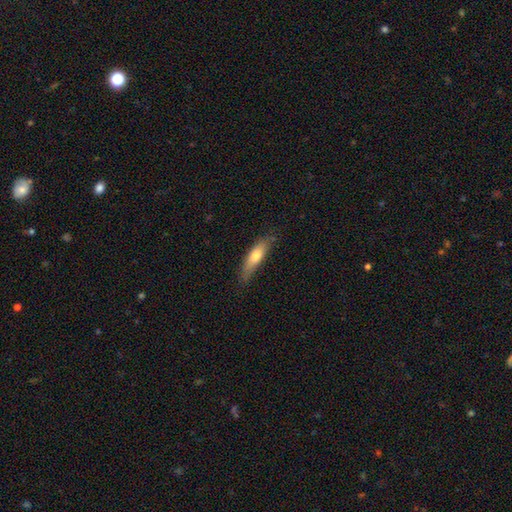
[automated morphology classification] smooth 69%, featured or disk 25%, star or artifact 6%. Down the decision tree: how rounded — cigar-shaped (62%); merging — none (72%).